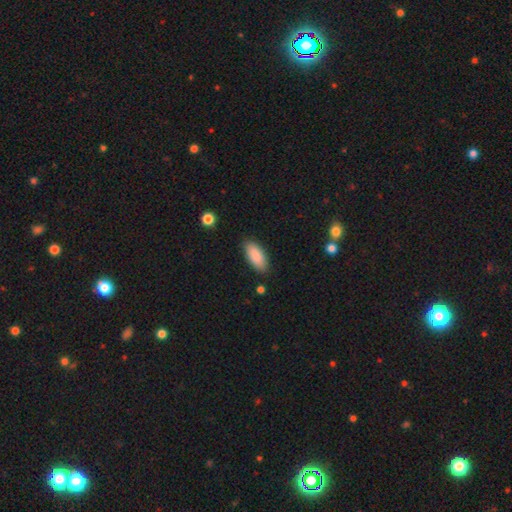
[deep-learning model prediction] smooth 88%, star or artifact 6%, featured or disk 6%. Down the decision tree: how rounded — in between (84%); merging — none (87%).